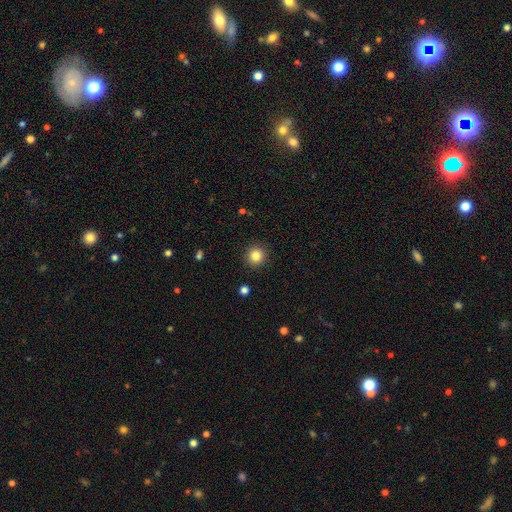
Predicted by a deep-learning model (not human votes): A smooth galaxy with no disk features (83%) that is round (95%).

Vote fractions:
- Smooth or featured? smooth: 83% / star or artifact: 11% / featured or disk: 5%
- How rounded? round: 95% / in between: 4% / cigar-shaped: 1%
- Merging? none: 92% / minor disturbance: 5% / major disturbance: 2% / merger: 1%